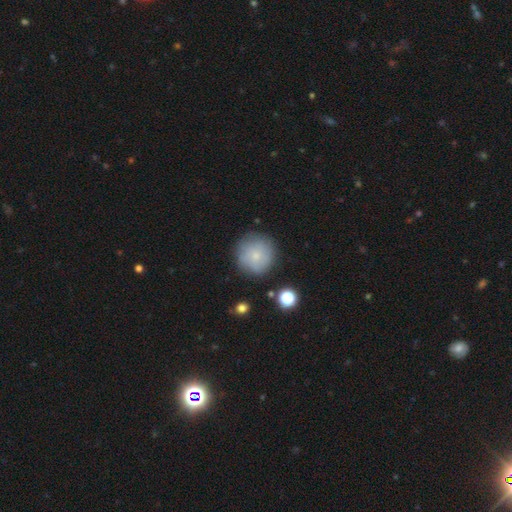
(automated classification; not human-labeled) This appears to be a smooth galaxy with no disk features (69%) that is round (94%). Merging: none (79%).